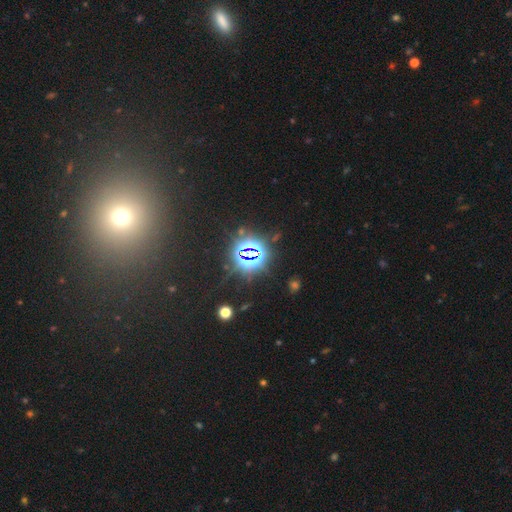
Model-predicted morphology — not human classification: A star or artifact, not a galaxy (79%).